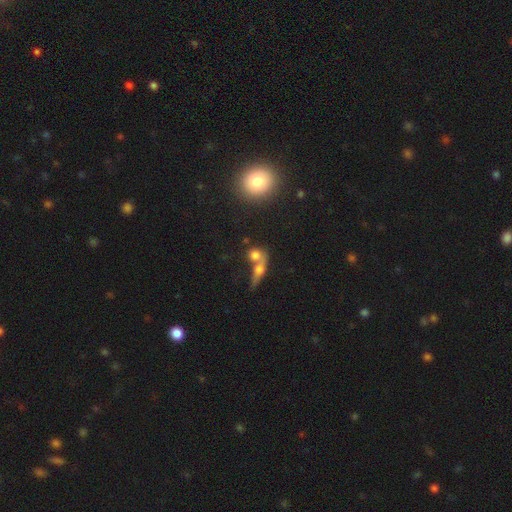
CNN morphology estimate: Smooth or featured: smooth — 63% (featured or disk — 22%)
How rounded: round — 59% (in between — 31%)
Merging: merger — 52% (none — 33%)